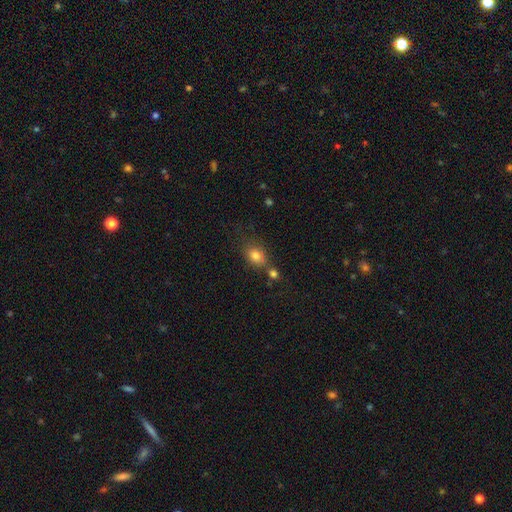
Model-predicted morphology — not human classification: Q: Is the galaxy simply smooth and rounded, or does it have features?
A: smooth — 79%.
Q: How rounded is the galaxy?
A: in between — 60%.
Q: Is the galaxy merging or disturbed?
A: none — 55%.